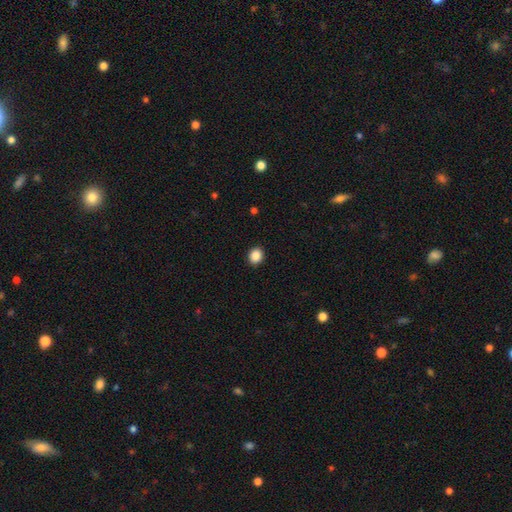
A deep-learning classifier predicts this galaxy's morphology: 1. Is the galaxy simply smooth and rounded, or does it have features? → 88% smooth, 9% star or artifact, 3% featured or disk.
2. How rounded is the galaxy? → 70% round, 30% in between, 1% cigar-shaped.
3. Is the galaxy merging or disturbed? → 92% none, 6% minor disturbance, 2% major disturbance, 1% merger.